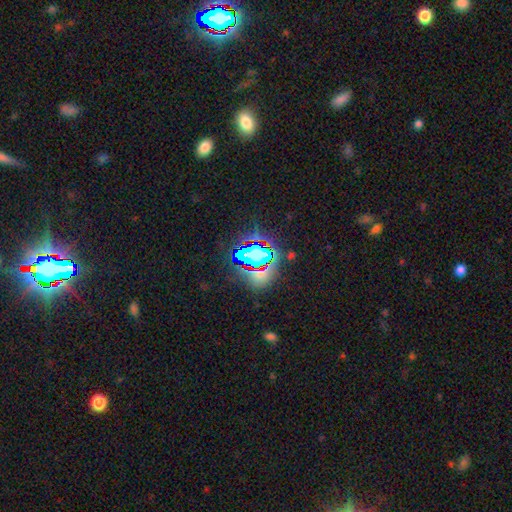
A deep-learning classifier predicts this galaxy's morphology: Smooth or featured? star or artifact (63%)